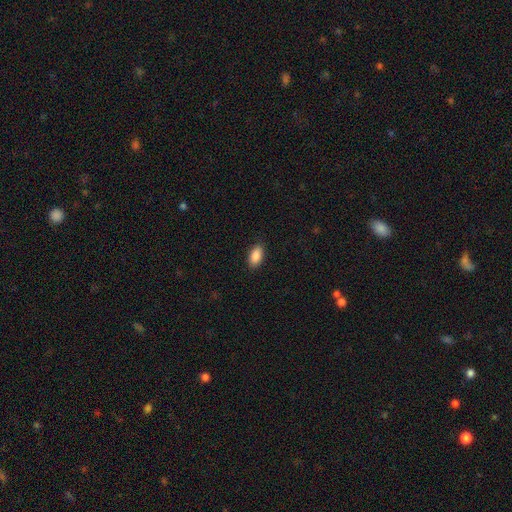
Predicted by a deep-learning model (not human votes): Overall: smooth (89%). How rounded: in between (93%). Merging: none (88%).